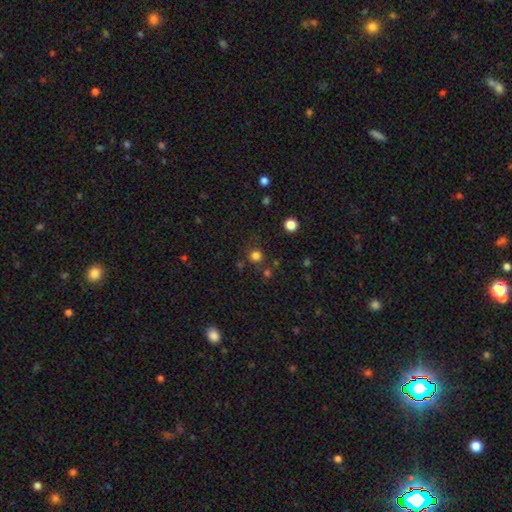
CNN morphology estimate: Q: Smooth or featured?
A: smooth (76%); runner-up: star or artifact (19%)
Q: How rounded?
A: round (91%); runner-up: in between (8%)
Q: Merging?
A: none (80%); runner-up: minor disturbance (9%)